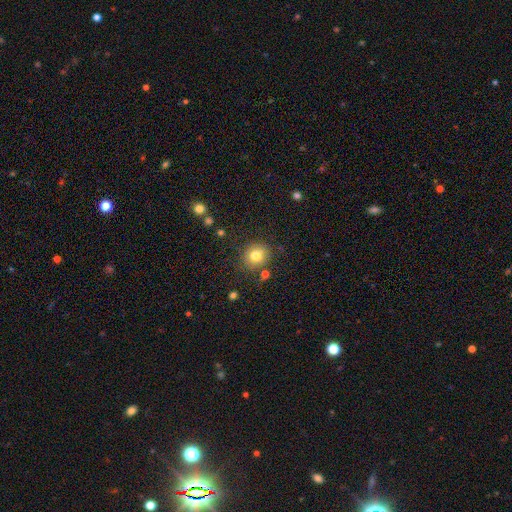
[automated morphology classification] A smooth galaxy with no disk features (77%) that is round (83%). Merging: none (78%).